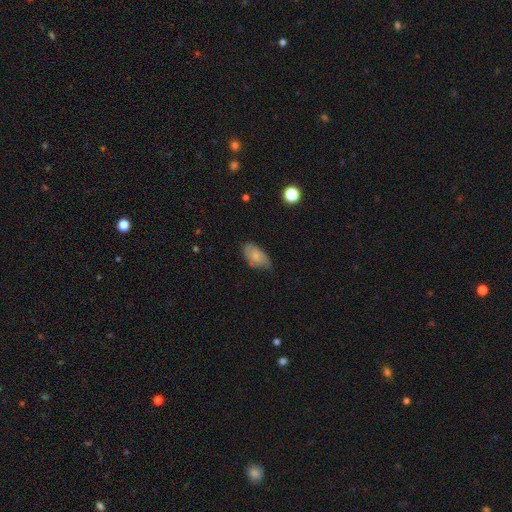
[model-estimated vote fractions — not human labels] This is likely a smooth galaxy (72%). How rounded: clearly in between (93%). Merging: possibly none (58%).